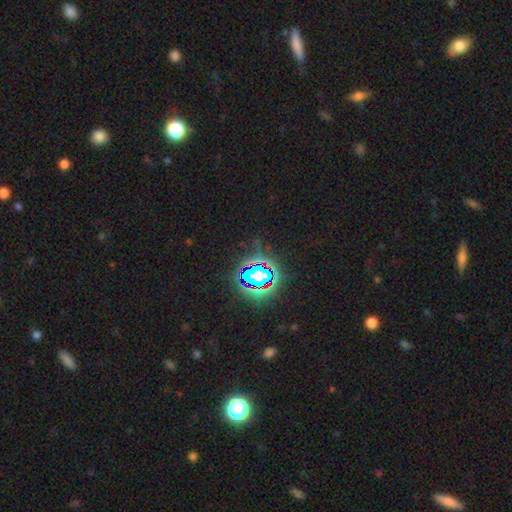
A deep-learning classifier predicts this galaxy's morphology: A star or artifact, not a galaxy (80%).

Vote fractions:
- Smooth or featured? star or artifact: 80% / smooth: 13% / featured or disk: 7%